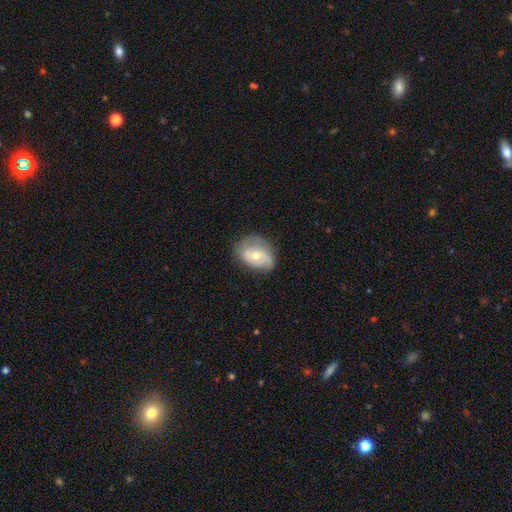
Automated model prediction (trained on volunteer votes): Smooth or featured? Predicted: featured or disk (p=0.49). Merging? Predicted: none (p=0.60).